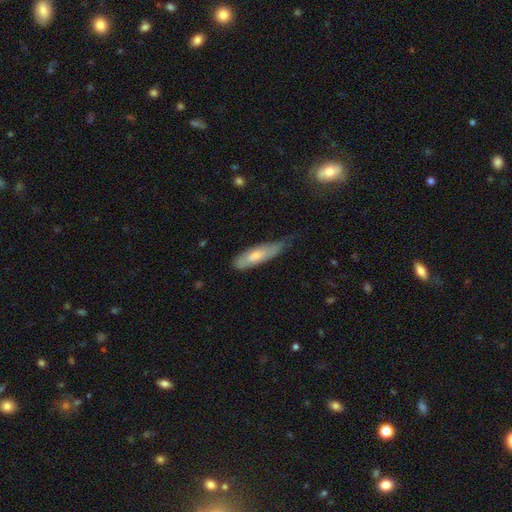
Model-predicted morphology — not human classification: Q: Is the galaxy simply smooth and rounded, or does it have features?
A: smooth — 69%.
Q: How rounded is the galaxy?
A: cigar-shaped — 57%.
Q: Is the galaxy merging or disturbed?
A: minor disturbance — 44%.